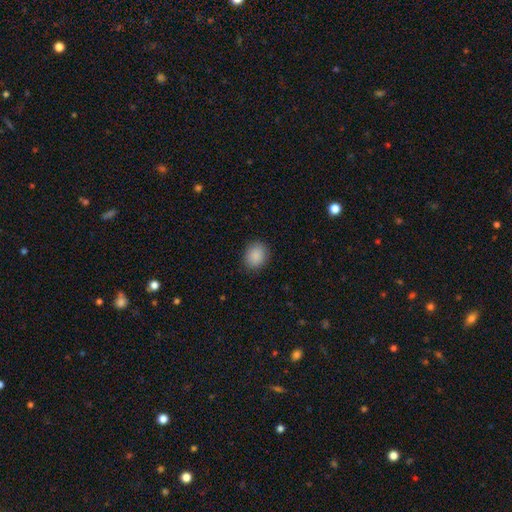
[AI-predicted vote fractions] A smooth galaxy with no disk features (89%) that is round (66%).

Vote fractions:
- Smooth or featured? smooth: 89% / star or artifact: 8% / featured or disk: 3%
- How rounded? round: 66% / in between: 33% / cigar-shaped: 1%
- Merging? none: 87% / minor disturbance: 9% / major disturbance: 2% / merger: 1%